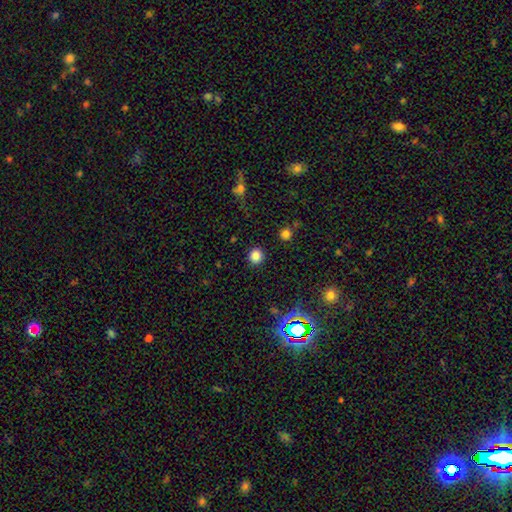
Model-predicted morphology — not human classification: smooth_or_featured: smooth (p=0.82) [alt: star or artifact p=0.13]
how_rounded: round (p=0.88) [alt: in between p=0.11]
merging: none (p=0.91) [alt: minor disturbance p=0.05]